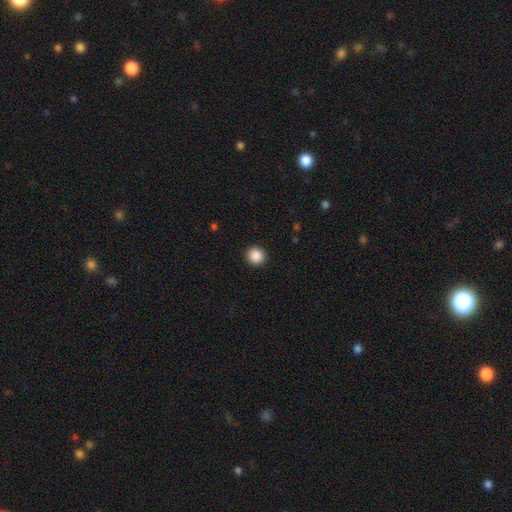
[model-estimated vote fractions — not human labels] A smooth galaxy with no disk features (89%) that is round (93%).

Vote fractions:
- Smooth or featured? smooth: 89% / star or artifact: 9% / featured or disk: 3%
- How rounded? round: 93% / in between: 6% / cigar-shaped: 1%
- Merging? none: 92% / minor disturbance: 5% / major disturbance: 2% / merger: 1%